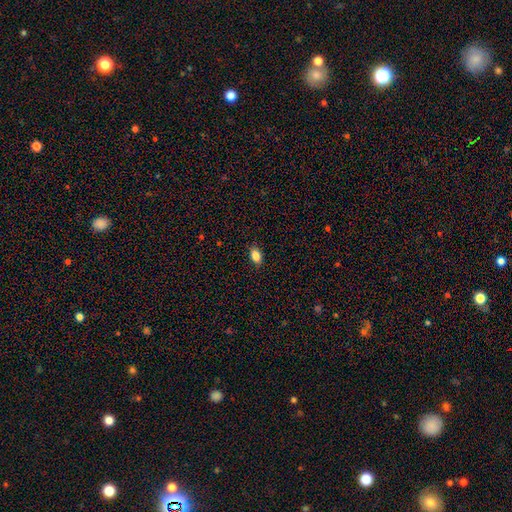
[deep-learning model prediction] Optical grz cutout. It shows a smooth galaxy with no disk features (84%) that is in between round and cigar-shaped (88%). Merging: none (88%).